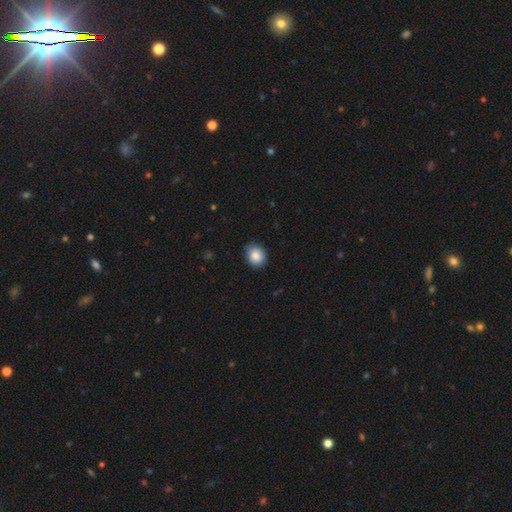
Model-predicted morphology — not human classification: This is clearly a smooth galaxy (86%). How rounded: likely round (62%). Merging: clearly none (84%).